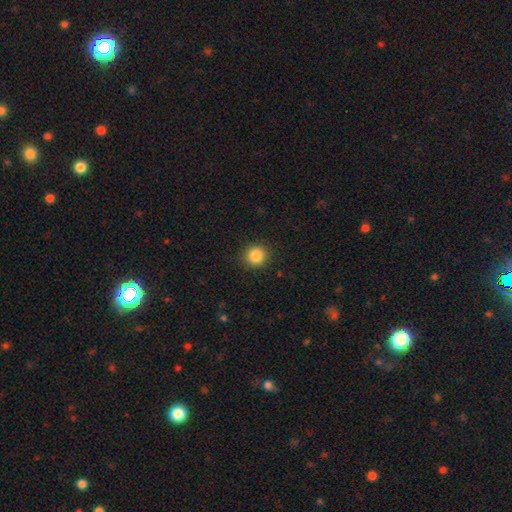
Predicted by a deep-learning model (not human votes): smooth-or-featured: smooth: 85% | star or artifact: 10% | featured or disk: 4%
  how-rounded: round: 91% | in between: 8% | cigar-shaped: 1%
  merging: none: 91% | minor disturbance: 6% | major disturbance: 2% | merger: 1%